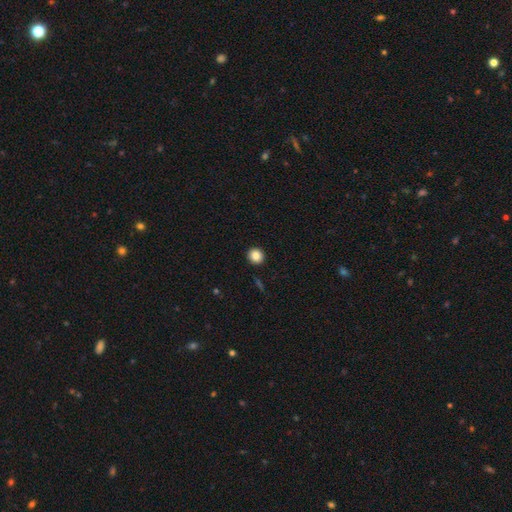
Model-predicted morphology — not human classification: Smooth or featured? smooth (85%)
How rounded? round (91%)
Merging? none (93%)